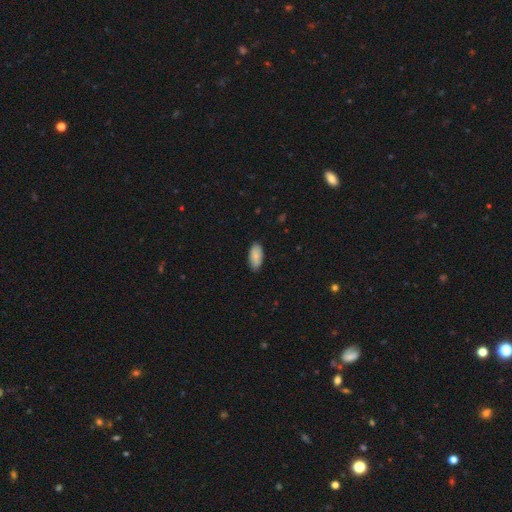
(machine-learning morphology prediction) This appears to be a smooth galaxy with no disk features (84%) that is in between round and cigar-shaped (91%). Merging: none (85%).